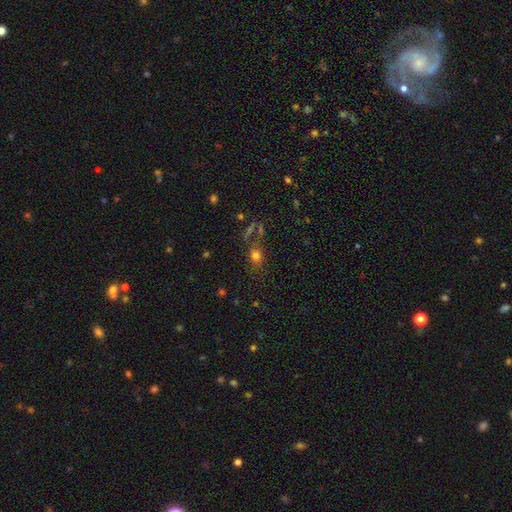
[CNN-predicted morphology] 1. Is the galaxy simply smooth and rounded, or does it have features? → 72% smooth, 19% star or artifact, 9% featured or disk.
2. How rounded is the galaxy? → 51% in between, 46% round, 3% cigar-shaped.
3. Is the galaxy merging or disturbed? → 62% none, 15% minor disturbance, 14% merger, 9% major disturbance.